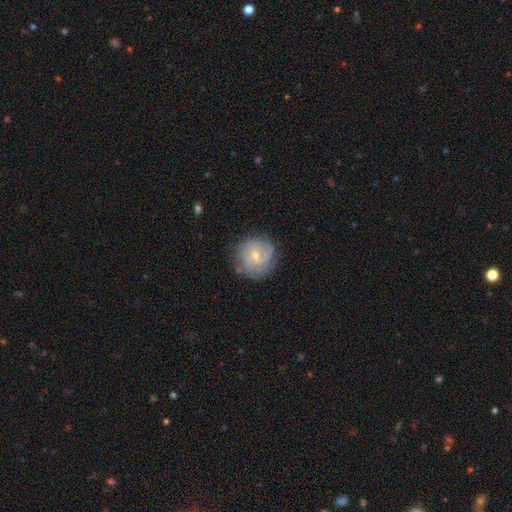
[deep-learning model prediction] Smooth or featured: featured or disk — 50% (smooth — 42%)
Edge-on disk: no — 97% (yes — 3%)
Merging: none — 75% (minor disturbance — 17%)